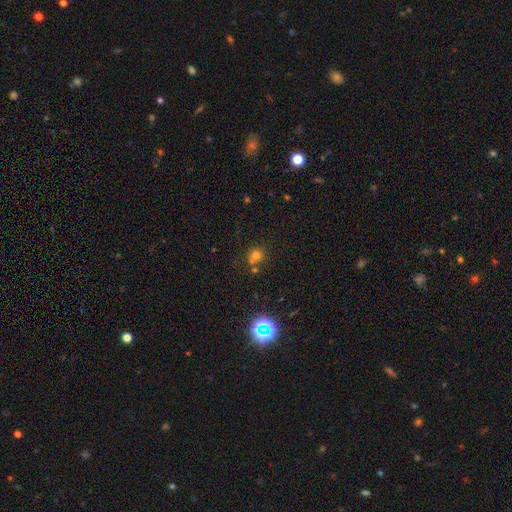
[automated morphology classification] Smooth or featured? smooth (68%)
How rounded? round (85%)
Merging? none (61%)